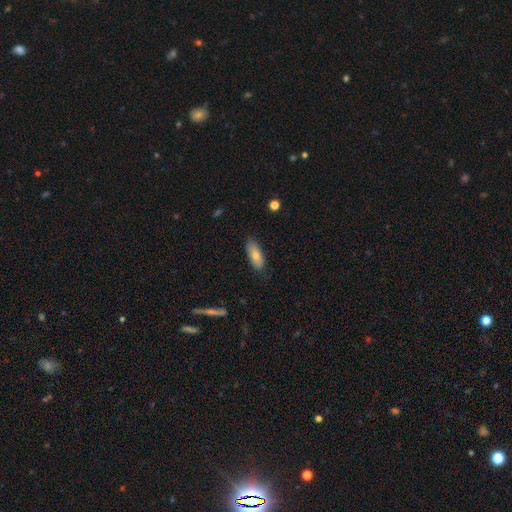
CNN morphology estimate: A smooth galaxy with no disk features (79%) that is in between round and cigar-shaped (76%).

Vote fractions:
- Smooth or featured? smooth: 79% / featured or disk: 14% / star or artifact: 7%
- How rounded? in between: 76% / cigar-shaped: 22% / round: 2%
- Merging? none: 82% / minor disturbance: 14% / major disturbance: 3% / merger: 1%